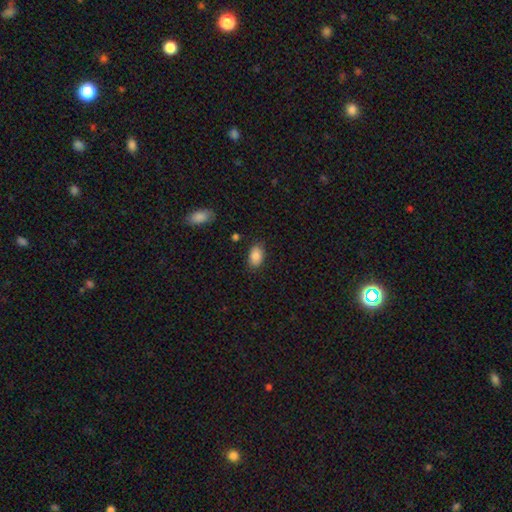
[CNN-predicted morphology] A smooth galaxy with no disk features (87%) that is in between round and cigar-shaped (90%). Merging: none (81%).